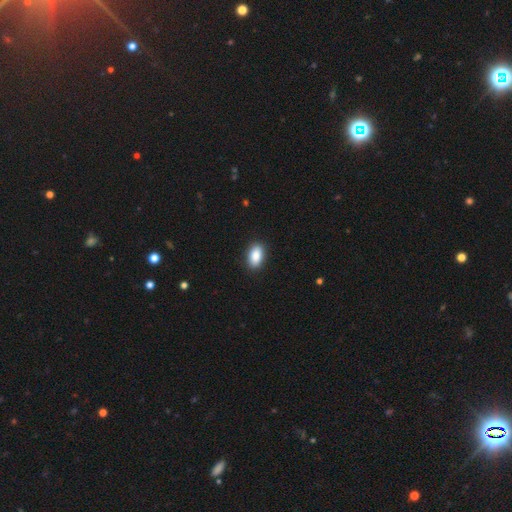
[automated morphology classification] smooth 88%, star or artifact 7%, featured or disk 5%. Down the decision tree: how rounded — in between (92%); merging — none (90%).